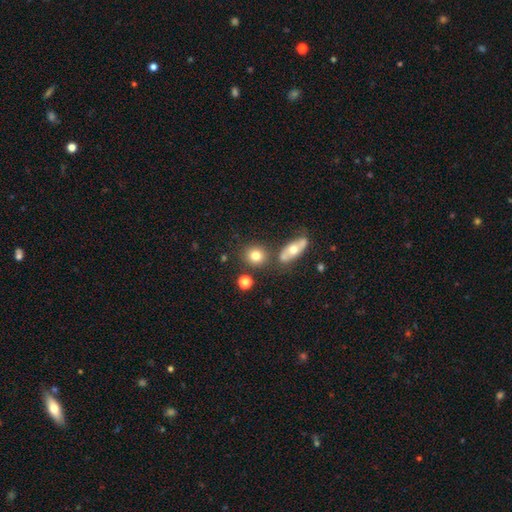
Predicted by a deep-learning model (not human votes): Smooth or featured: smooth — 77% (featured or disk — 13%)
How rounded: round — 76% (in between — 22%)
Merging: none — 71% (merger — 15%)